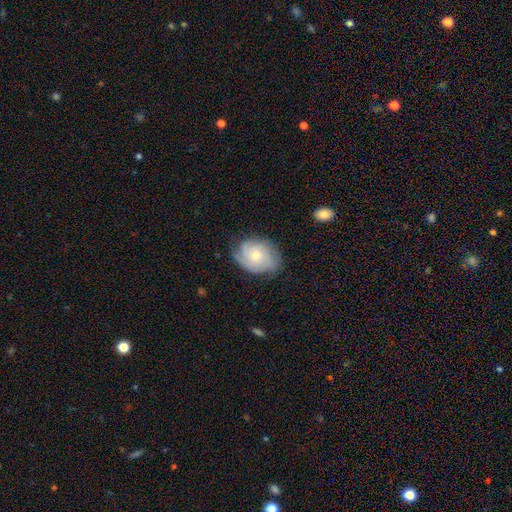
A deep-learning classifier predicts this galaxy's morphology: This appears to be a featured or disk galaxy (68%) with no bar (77%), tight (56%) spiral arms (92%) and a small central bulge (56%). Merging: none (70%).